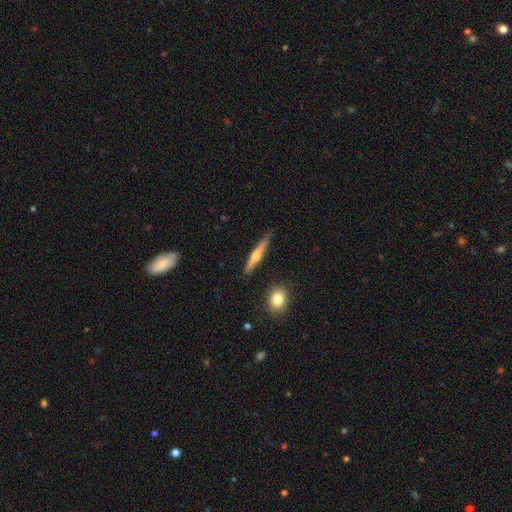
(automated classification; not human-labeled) This appears to be a featured or disk galaxy (54%) viewed edge-on (96%) with a rounded central bulge (84%). Merging: none (85%).